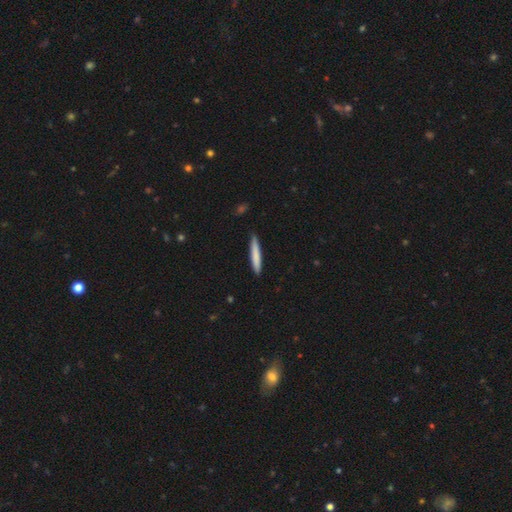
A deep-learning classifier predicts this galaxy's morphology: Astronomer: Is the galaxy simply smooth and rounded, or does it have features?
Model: smooth — 78%.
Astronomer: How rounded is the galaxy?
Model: cigar-shaped — 95%.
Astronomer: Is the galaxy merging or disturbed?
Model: none — 89%.